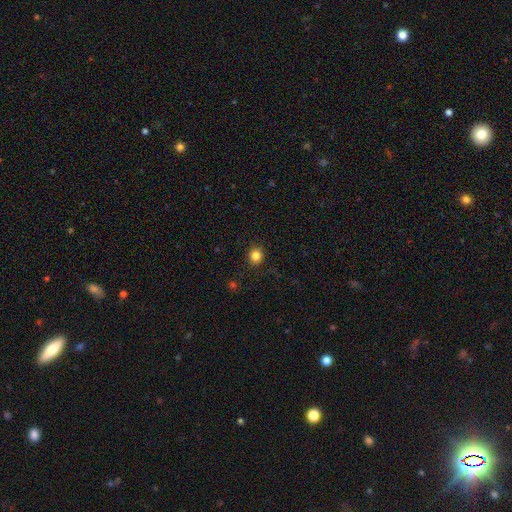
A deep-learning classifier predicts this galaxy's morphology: Smooth or featured? smooth (83%)
How rounded? round (87%)
Merging? none (90%)